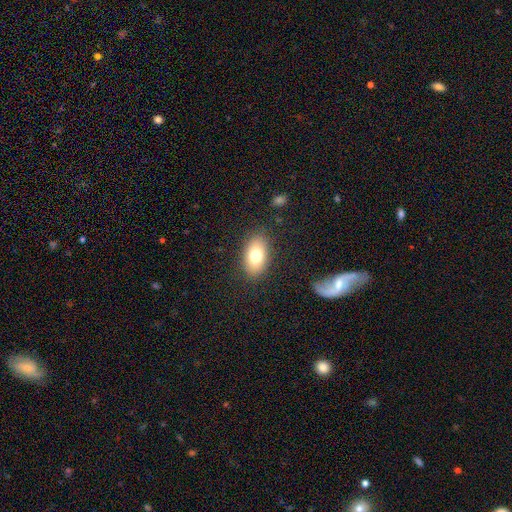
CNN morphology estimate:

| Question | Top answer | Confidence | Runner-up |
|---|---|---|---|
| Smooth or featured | smooth | 76% | featured or disk (16%) |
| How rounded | in between | 90% | round (7%) |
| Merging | none | 86% | minor disturbance (10%) |